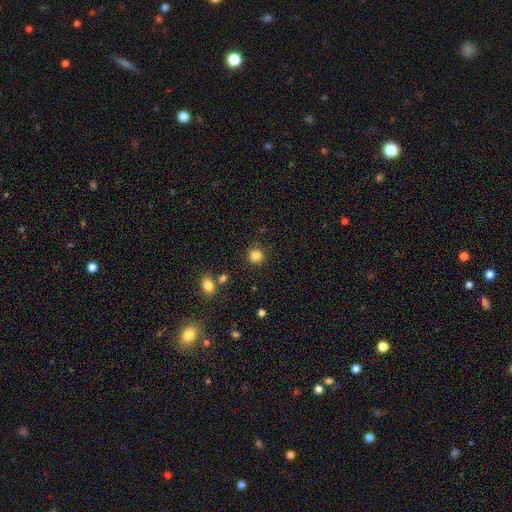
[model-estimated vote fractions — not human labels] A smooth galaxy with no disk features (84%) that is round (92%). Merging: none (87%).